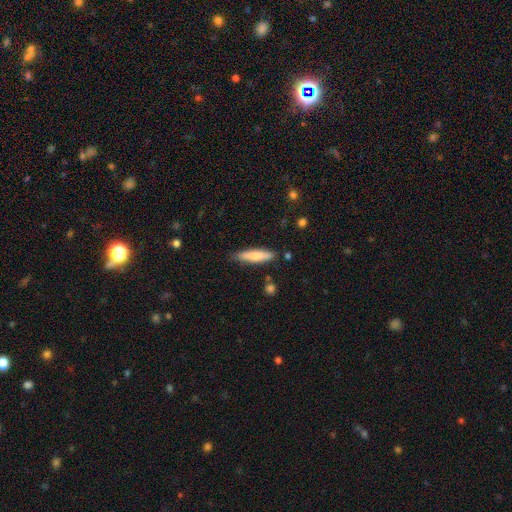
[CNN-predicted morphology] Smooth or featured: smooth — 76% (featured or disk — 18%)
How rounded: cigar-shaped — 78% (in between — 21%)
Merging: none — 80% (minor disturbance — 15%)